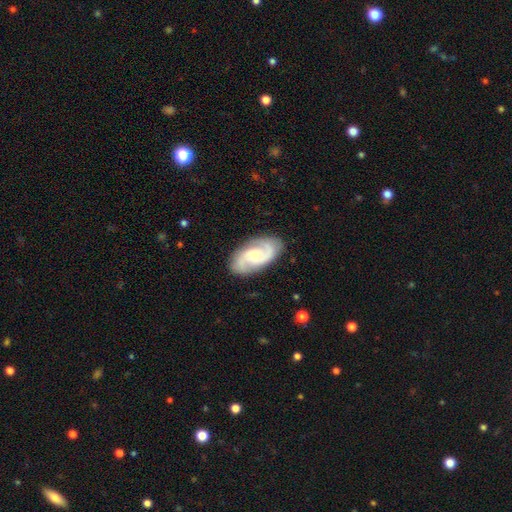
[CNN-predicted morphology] smooth_or_featured: featured or disk (p=0.83) [alt: smooth p=0.12]
disk_edge_on: no (p=0.97) [alt: yes p=0.03]
bar: no (p=0.55) [alt: weak p=0.38]
has_spiral_arms: yes (p=0.97) [alt: no p=0.03]
spiral_winding: medium (p=0.52) [alt: tight p=0.30]
spiral_arm_count: 2 (p=0.88) [alt: can't tell p=0.05]
bulge_size: small (p=0.52) [alt: moderate p=0.38]
merging: none (p=0.84) [alt: minor disturbance p=0.12]